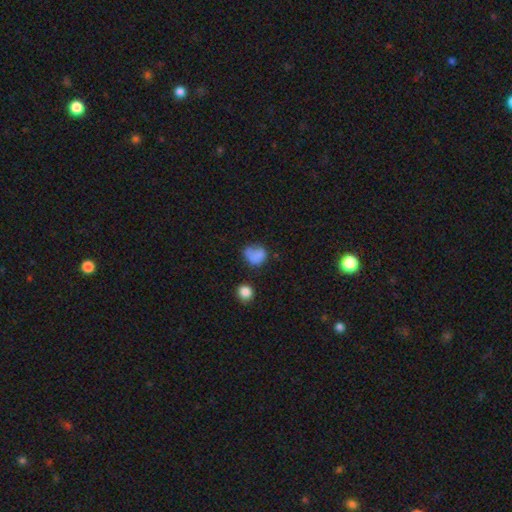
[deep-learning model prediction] Q: Smooth or featured?
A: smooth (75%); runner-up: featured or disk (13%)
Q: How rounded?
A: round (62%); runner-up: in between (37%)
Q: Merging?
A: none (44%); runner-up: minor disturbance (27%)